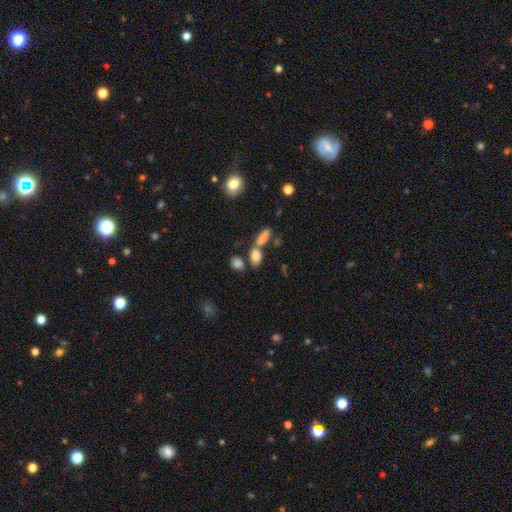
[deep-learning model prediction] Smooth or featured: smooth — 81% (star or artifact — 10%)
How rounded: in between — 79% (round — 12%)
Merging: none — 49% (merger — 34%)